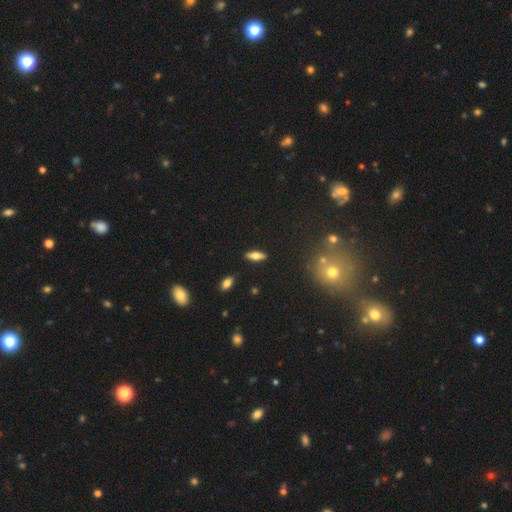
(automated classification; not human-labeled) This is possibly a smooth galaxy (57%). How rounded: likely in between (62%). Merging: clearly none (88%).